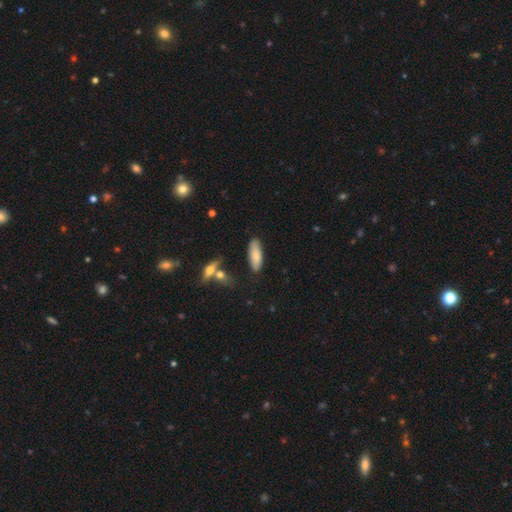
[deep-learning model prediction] Overall: smooth (83%). How rounded: in between (62%; cigar-shaped 37%). Merging: none (81%).